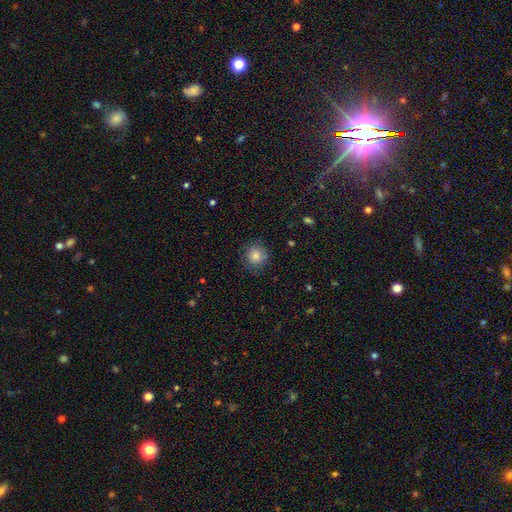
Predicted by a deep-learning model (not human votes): A smooth galaxy with no disk features (83%) that is round (87%). Merging: none (82%).